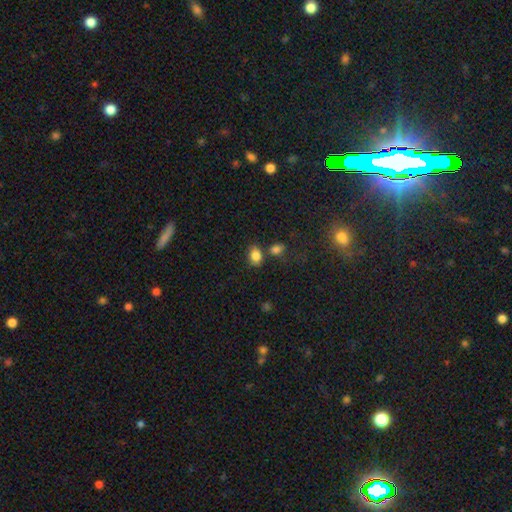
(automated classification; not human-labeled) Smooth or featured?
  - smooth: 83% *
  - star or artifact: 10%
  - featured or disk: 7%
How rounded?
  - in between: 69% *
  - round: 29%
  - cigar-shaped: 1%
Merging?
  - none: 68% *
  - merger: 15%
  - minor disturbance: 13%
  - major disturbance: 4%